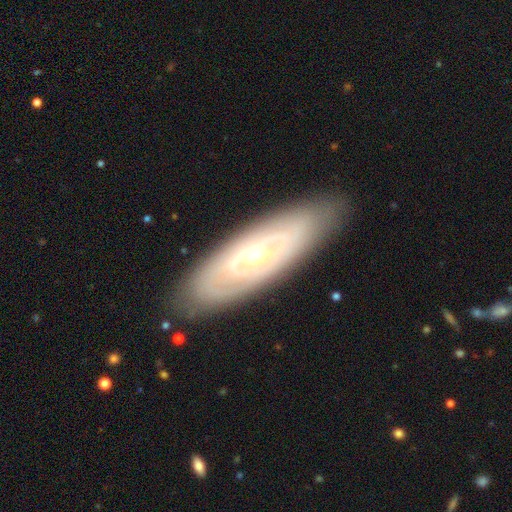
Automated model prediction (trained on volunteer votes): Smooth or featured: featured or disk — 69% (smooth — 25%)
Edge-on disk: no — 78% (yes — 22%)
Bar: no — 75% (weak — 18%)
Spiral arms: no — 59% (yes — 41%)
Bulge size: moderate — 62% (small — 30%)
Merging: none — 86% (minor disturbance — 10%)